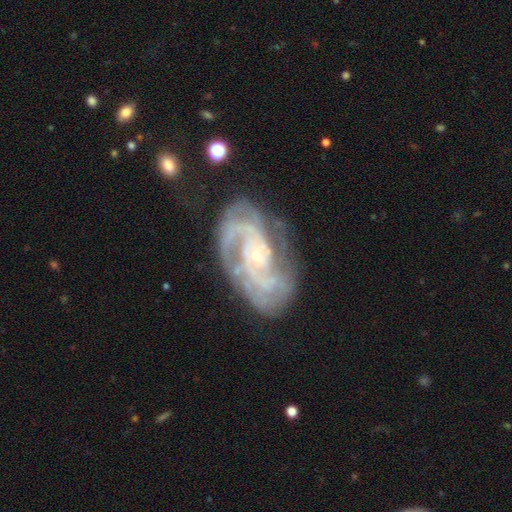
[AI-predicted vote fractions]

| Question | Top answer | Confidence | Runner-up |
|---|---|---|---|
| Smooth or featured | featured or disk | 90% | star or artifact (6%) |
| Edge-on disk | no | 97% | yes (3%) |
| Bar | no | 66% | weak (25%) |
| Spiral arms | yes | 98% | no (2%) |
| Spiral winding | tight | 59% | medium (35%) |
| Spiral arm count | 2 | 39% | 3 (24%) |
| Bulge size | small | 79% | moderate (17%) |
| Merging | none | 71% | minor disturbance (19%) |